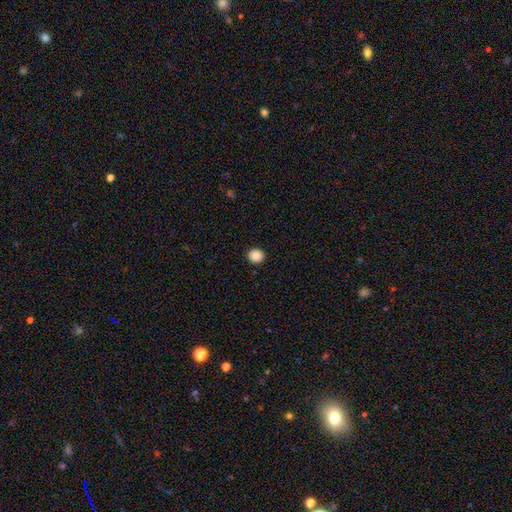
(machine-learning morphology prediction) This appears to be a smooth galaxy with no disk features (88%) that is round (88%). Merging: none (92%).